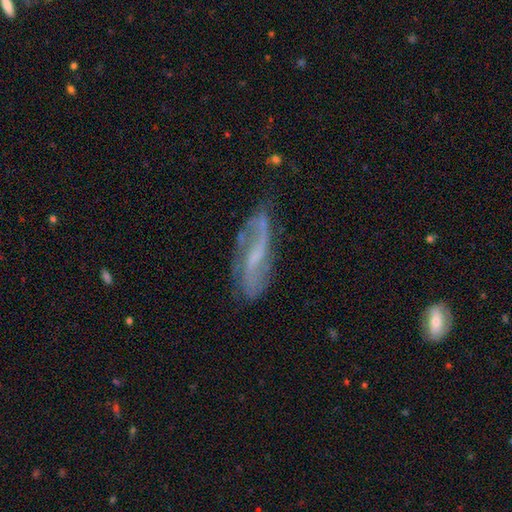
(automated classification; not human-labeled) A featured or disk galaxy (75%) with a weak bar (46%), 2 (72%) loose (53%) spiral arms (88%) and a small central bulge (43%). Merging: none (64%).